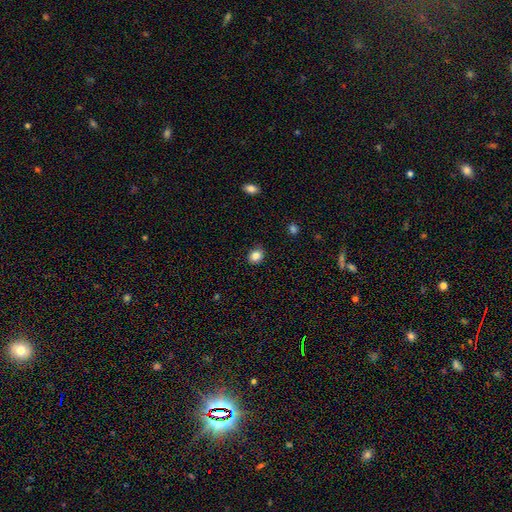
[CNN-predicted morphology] Smooth or featured?
  - smooth: 85% *
  - star or artifact: 10%
  - featured or disk: 5%
How rounded?
  - round: 65% *
  - in between: 34%
  - cigar-shaped: 1%
Merging?
  - none: 85% *
  - minor disturbance: 11%
  - major disturbance: 2%
  - merger: 1%